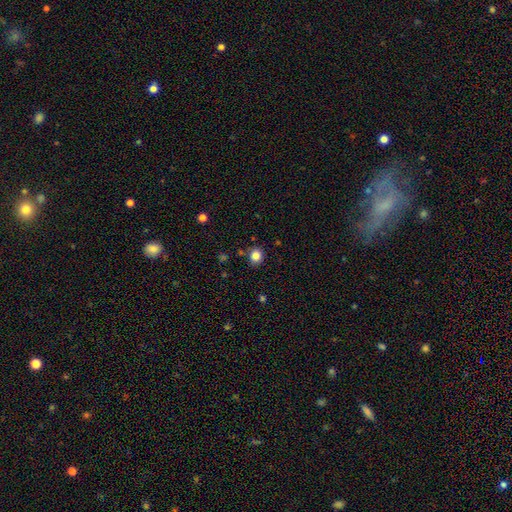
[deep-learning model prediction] smooth 84%, star or artifact 11%, featured or disk 5%. Down the decision tree: how rounded — round (77%); merging — none (86%).